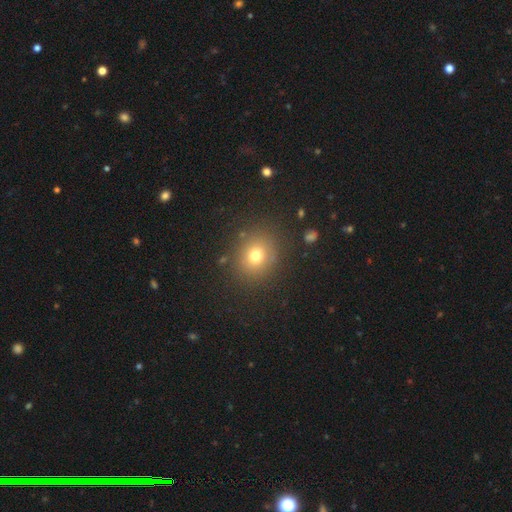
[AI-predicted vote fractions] smooth_or_featured: smooth (p=0.73) [alt: star or artifact p=0.16]
how_rounded: round (p=0.76) [alt: in between p=0.23]
merging: none (p=0.85) [alt: minor disturbance p=0.09]